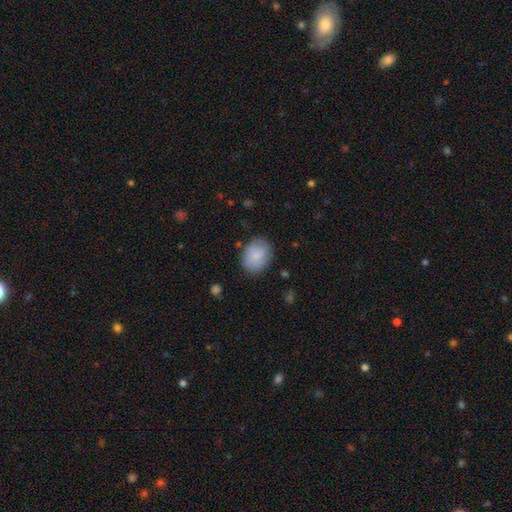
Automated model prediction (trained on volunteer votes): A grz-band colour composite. It shows a smooth galaxy with no disk features (79%) that is in between round and cigar-shaped (59%). Merging: none (77%).